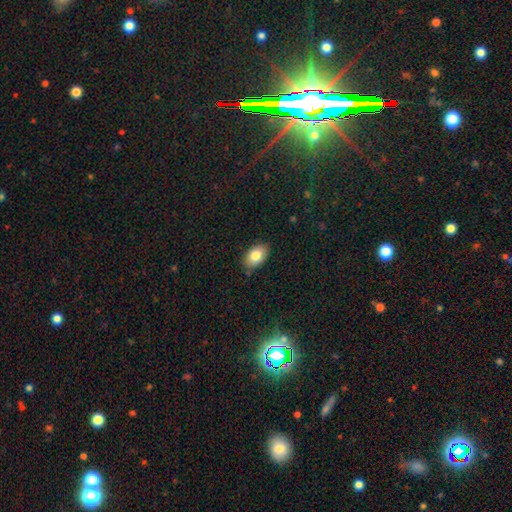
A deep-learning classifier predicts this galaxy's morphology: Smooth or featured? Predicted: smooth (p=0.82). How rounded? Predicted: in between (p=0.90). Merging? Predicted: none (p=0.83).